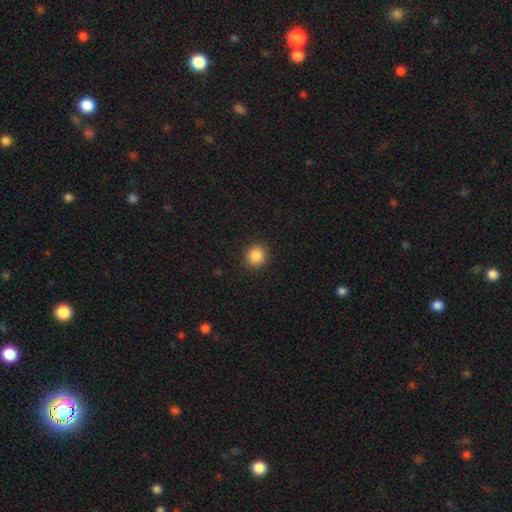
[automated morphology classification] Smooth or featured? smooth (86%)
How rounded? round (84%)
Merging? none (90%)